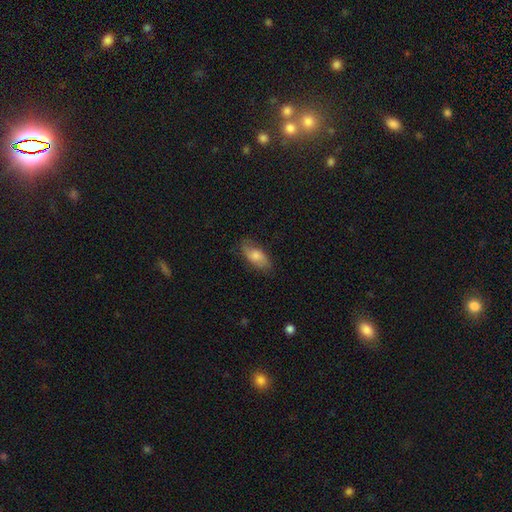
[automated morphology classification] Overall: smooth (67%). How rounded: in between (89%). Merging: none (74%).